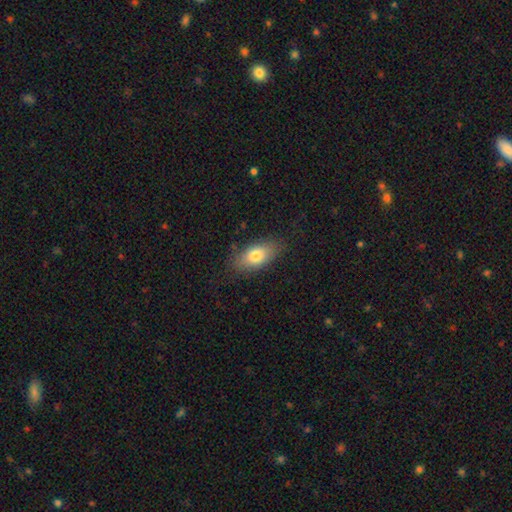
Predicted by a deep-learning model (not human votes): Smooth or featured: smooth — 76% (featured or disk — 16%)
How rounded: in between — 86% (cigar-shaped — 8%)
Merging: none — 81% (minor disturbance — 14%)